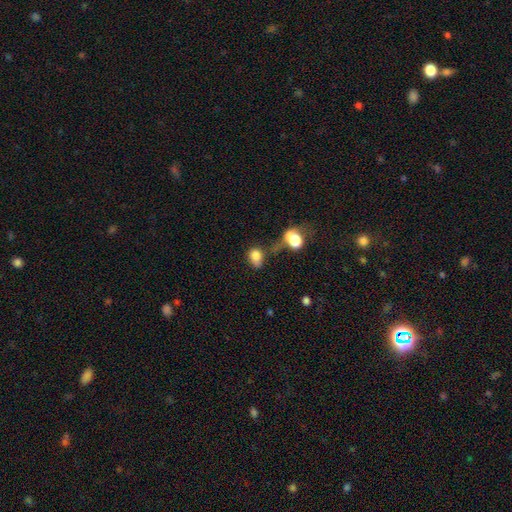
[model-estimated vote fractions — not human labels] A smooth galaxy with no disk features (77%) that is in between round and cigar-shaped (60%).

Vote fractions:
- Smooth or featured? smooth: 77% / star or artifact: 12% / featured or disk: 11%
- How rounded? in between: 60% / round: 39% / cigar-shaped: 1%
- Merging? none: 31% / merger: 28% / major disturbance: 21% / minor disturbance: 20%